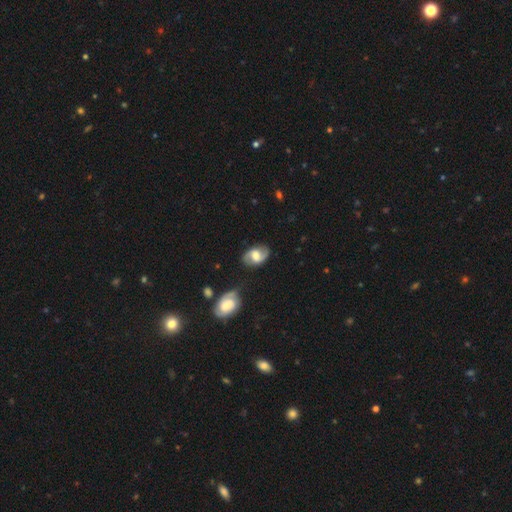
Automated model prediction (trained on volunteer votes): Q: Smooth or featured?
A: featured or disk (69%); runner-up: smooth (25%)
Q: Edge-on disk?
A: no (96%); runner-up: yes (4%)
Q: Bar?
A: weak (46%); runner-up: no (42%)
Q: Spiral arms?
A: yes (90%); runner-up: no (10%)
Q: Spiral winding?
A: medium (47%); runner-up: loose (34%)
Q: Spiral arm count?
A: 2 (90%); runner-up: can't tell (5%)
Q: Bulge size?
A: moderate (59%); runner-up: large (22%)
Q: Merging?
A: none (77%); runner-up: minor disturbance (15%)